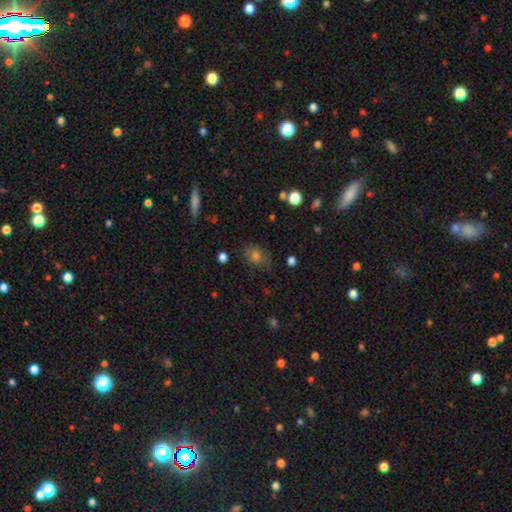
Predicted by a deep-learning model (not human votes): smooth-or-featured: smooth: 63% | star or artifact: 21% | featured or disk: 16%
  how-rounded: in between: 55% | round: 43% | cigar-shaped: 2%
  merging: none: 72% | minor disturbance: 19% | major disturbance: 7% | merger: 2%